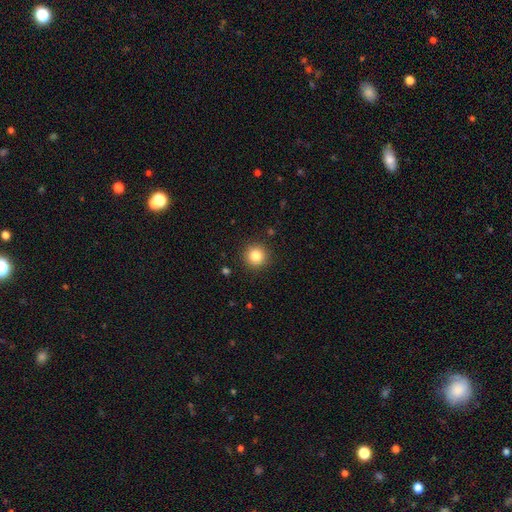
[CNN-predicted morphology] A smooth galaxy with no disk features (84%) that is round (95%). Merging: none (91%).